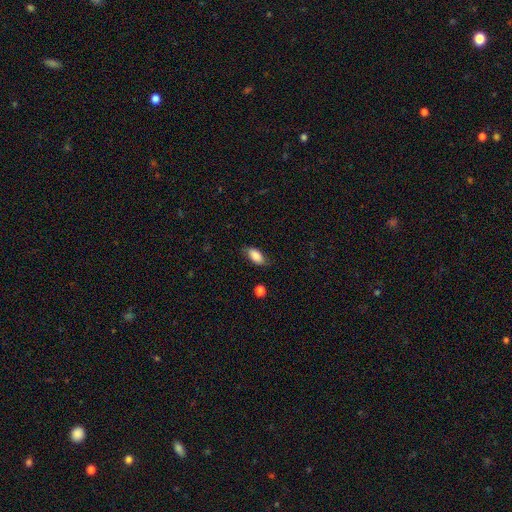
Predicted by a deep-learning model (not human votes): The model was most divided on "merging": none: 76%, minor disturbance: 18%, major disturbance: 4%, merger: 2%. More confident: how rounded — in between (89%); smooth or featured — smooth (85%).